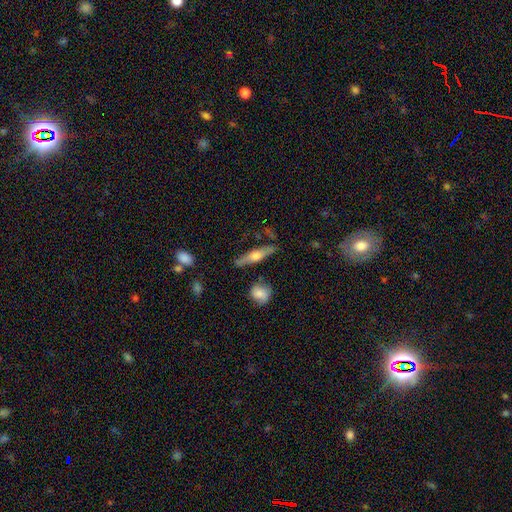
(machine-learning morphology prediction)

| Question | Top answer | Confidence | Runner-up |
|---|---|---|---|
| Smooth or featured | featured or disk | 59% | smooth (35%) |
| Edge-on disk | yes | 94% | no (6%) |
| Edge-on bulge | rounded | 90% | boxy (7%) |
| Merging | none | 81% | minor disturbance (12%) |